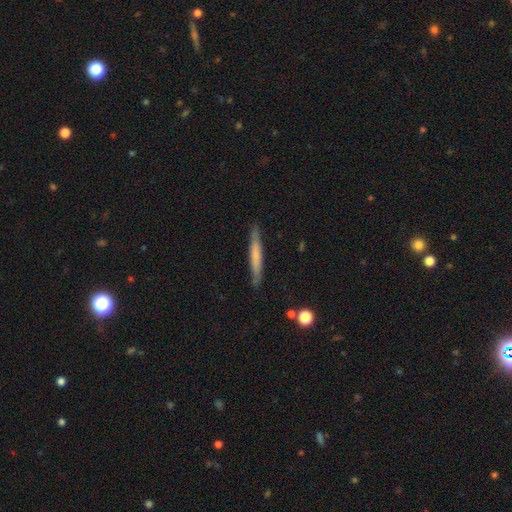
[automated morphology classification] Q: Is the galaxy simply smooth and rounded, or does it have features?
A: smooth — 60%.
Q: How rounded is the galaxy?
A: cigar-shaped — 96%.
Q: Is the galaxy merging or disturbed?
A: none — 87%.